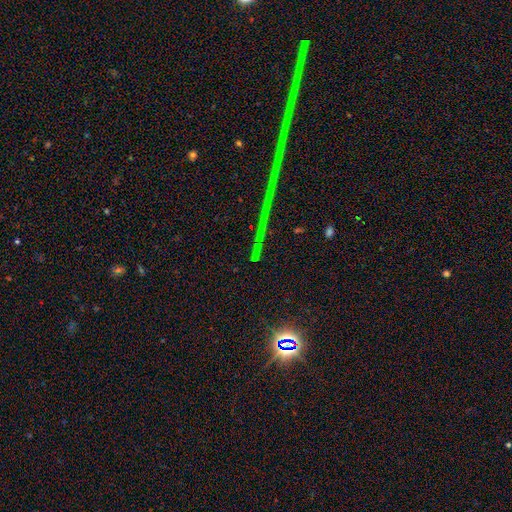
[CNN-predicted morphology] This appears to be a star or artifact, not a galaxy (79%).